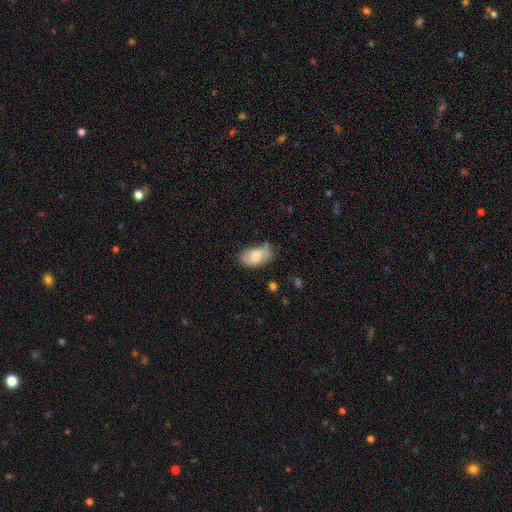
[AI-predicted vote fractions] smooth 70%, featured or disk 23%, star or artifact 7%. Down the decision tree: how rounded — in between (92%); merging — none (54%).